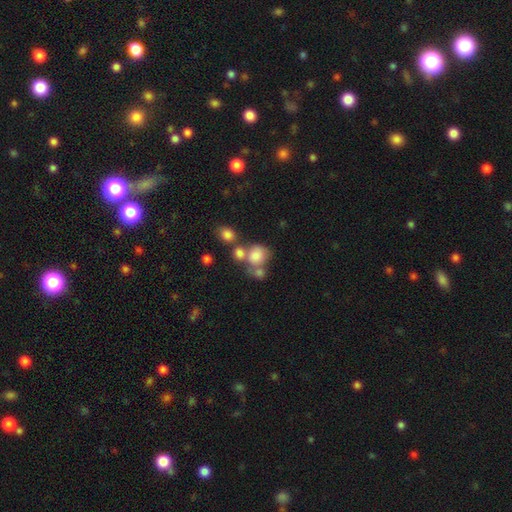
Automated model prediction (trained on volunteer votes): A smooth galaxy with no disk features (75%) that is round (70%). Merging: merger (45%).